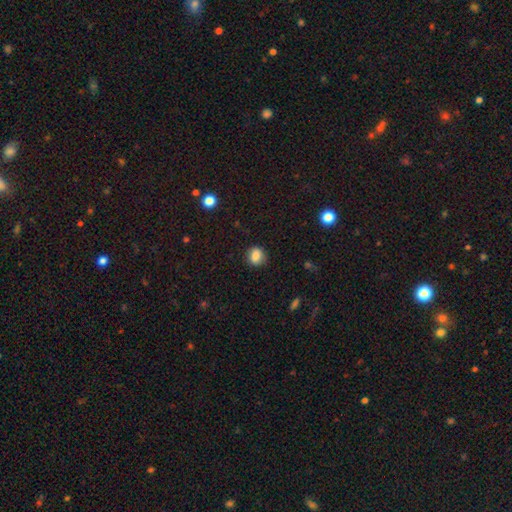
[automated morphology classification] The model was most divided on "how rounded": round: 71%, in between: 28%, cigar-shaped: 1%. More confident: smooth or featured — smooth (84%); merging — none (84%).